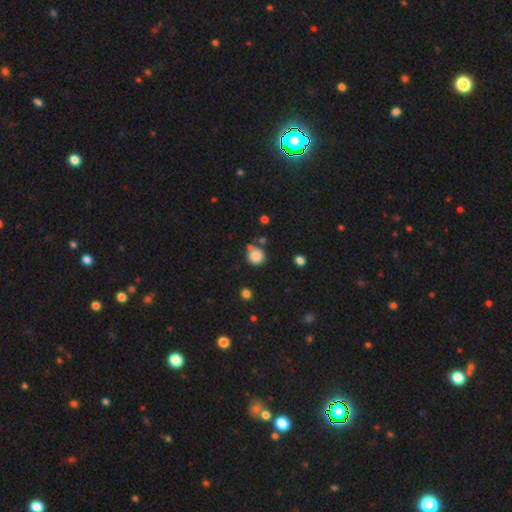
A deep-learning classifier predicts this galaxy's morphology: The model was most divided on "merging": none: 73%, merger: 12%, minor disturbance: 11%, major disturbance: 4%. More confident: how rounded — round (93%); smooth or featured — smooth (85%).